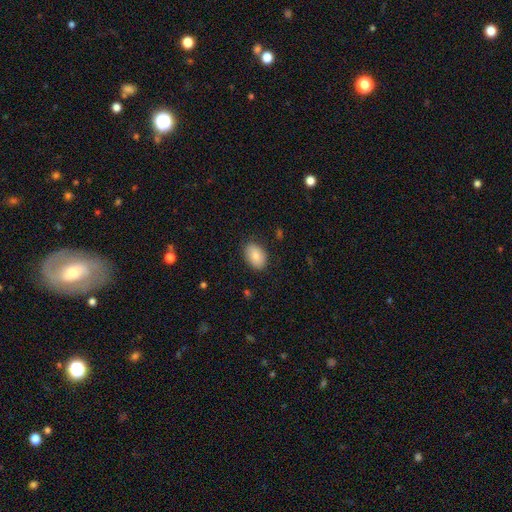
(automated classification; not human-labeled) A smooth galaxy with no disk features (85%) that is in between round and cigar-shaped (87%). Merging: none (84%).